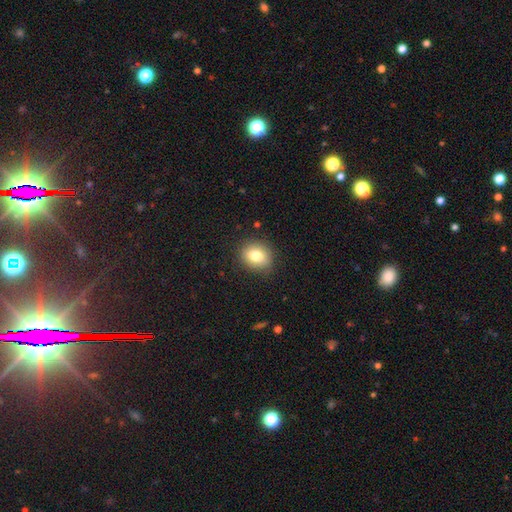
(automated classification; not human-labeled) Q: Smooth or featured?
A: smooth (79%); runner-up: featured or disk (11%)
Q: How rounded?
A: round (66%); runner-up: in between (33%)
Q: Merging?
A: none (87%); runner-up: minor disturbance (10%)